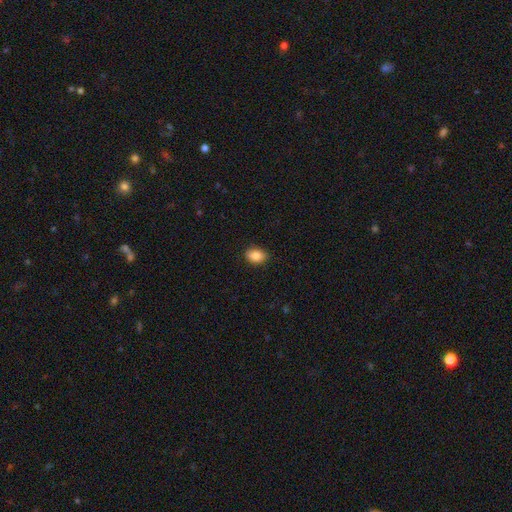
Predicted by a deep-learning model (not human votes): Smooth or featured?
  - smooth: 88% *
  - star or artifact: 8%
  - featured or disk: 4%
How rounded?
  - in between: 80% *
  - round: 18%
  - cigar-shaped: 1%
Merging?
  - none: 87% *
  - minor disturbance: 10%
  - major disturbance: 2%
  - merger: 1%